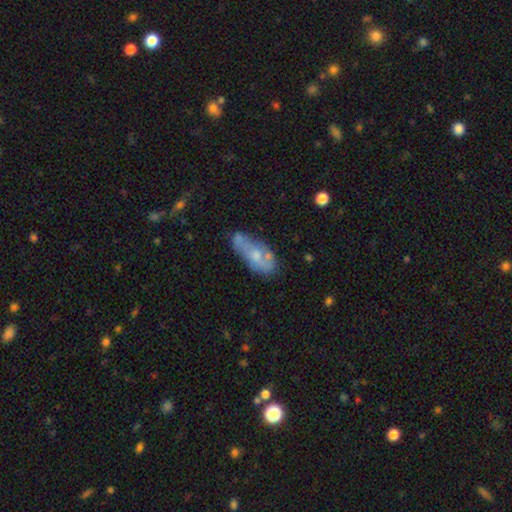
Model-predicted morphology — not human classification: Overall: featured or disk (47%; smooth 46%). Merging: none (47%; minor disturbance 28%).